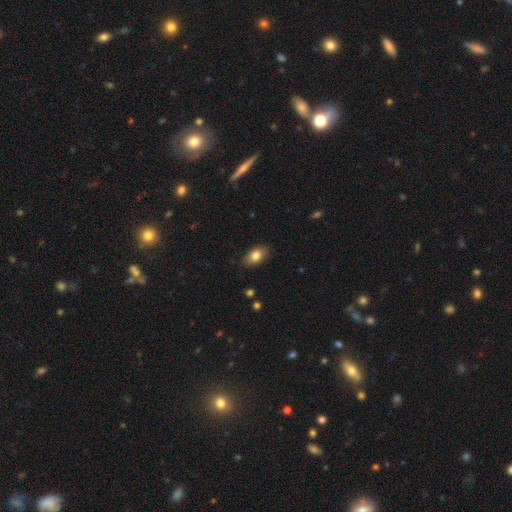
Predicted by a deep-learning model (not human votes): Q: Smooth or featured?
A: smooth (83%); runner-up: featured or disk (10%)
Q: How rounded?
A: in between (89%); runner-up: round (9%)
Q: Merging?
A: none (86%); runner-up: minor disturbance (11%)